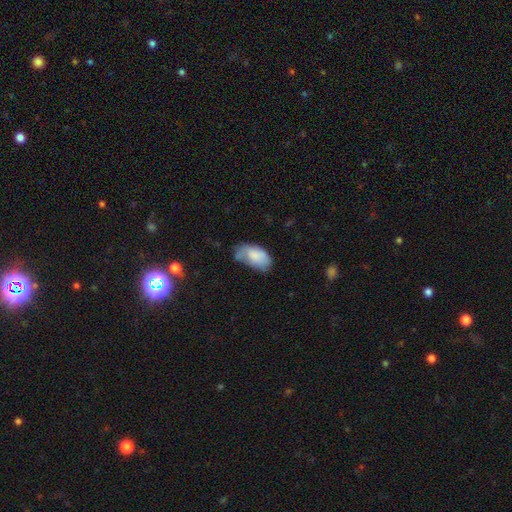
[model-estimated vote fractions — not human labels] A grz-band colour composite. It shows a smooth galaxy with no disk features (79%) that is in between round and cigar-shaped (95%). Merging: none (40%).